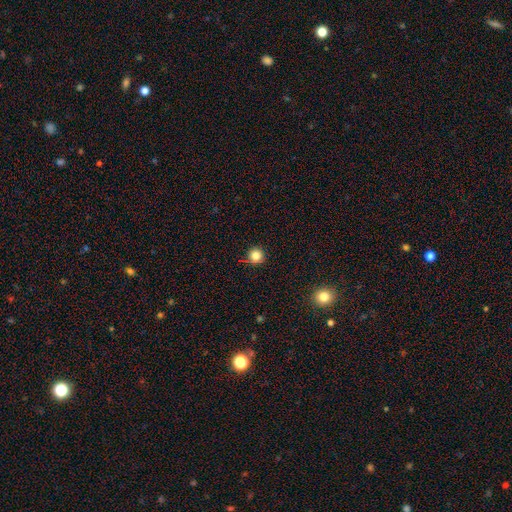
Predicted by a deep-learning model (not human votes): A smooth galaxy with no disk features (81%) that is round (95%).

Vote fractions:
- Smooth or featured? smooth: 81% / star or artifact: 13% / featured or disk: 6%
- How rounded? round: 95% / in between: 4% / cigar-shaped: 1%
- Merging? none: 87% / minor disturbance: 9% / major disturbance: 2% / merger: 2%